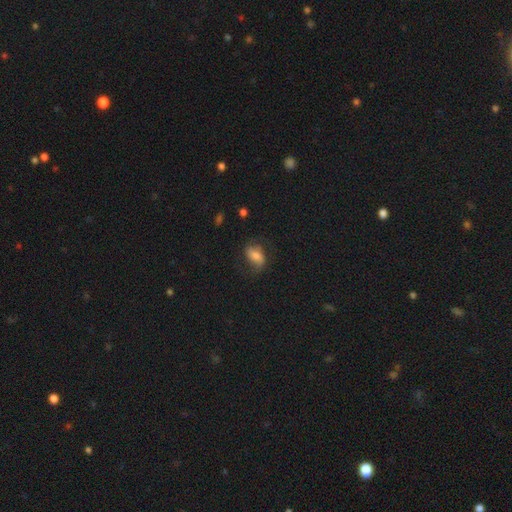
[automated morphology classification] smooth 51%, featured or disk 40%, star or artifact 9%. Down the decision tree: how rounded — in between (83%); merging — none (61%).